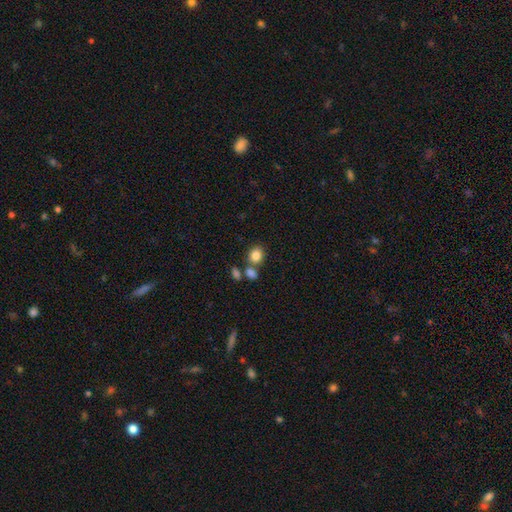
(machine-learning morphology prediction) A smooth galaxy with no disk features (83%) that is round (64%).

Vote fractions:
- Smooth or featured? smooth: 83% / star or artifact: 10% / featured or disk: 7%
- How rounded? round: 64% / in between: 35% / cigar-shaped: 1%
- Merging? none: 62% / merger: 24% / minor disturbance: 11% / major disturbance: 4%